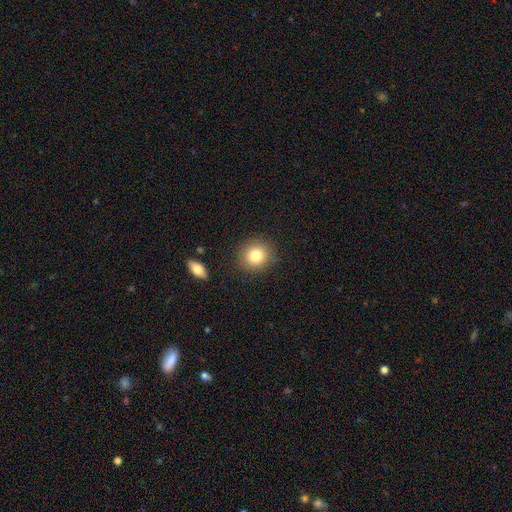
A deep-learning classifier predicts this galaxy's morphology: smooth 81%, star or artifact 10%, featured or disk 9%. Down the decision tree: how rounded — round (85%); merging — none (87%).